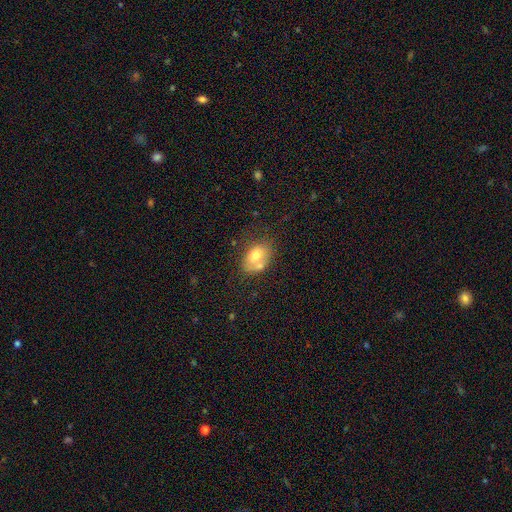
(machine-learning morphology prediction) smooth 68%, featured or disk 24%, star or artifact 8%. Down the decision tree: how rounded — in between (81%); merging — none (42%).